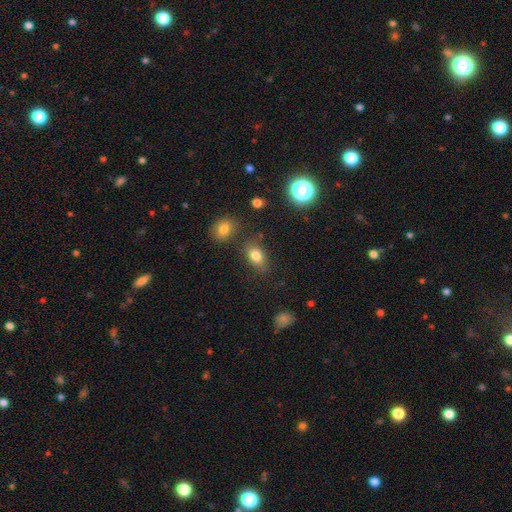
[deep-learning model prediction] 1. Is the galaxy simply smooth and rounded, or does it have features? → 79% smooth, 12% star or artifact, 9% featured or disk.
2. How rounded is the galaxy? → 81% in between, 17% round, 2% cigar-shaped.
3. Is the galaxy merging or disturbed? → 73% none, 15% minor disturbance, 7% merger, 5% major disturbance.